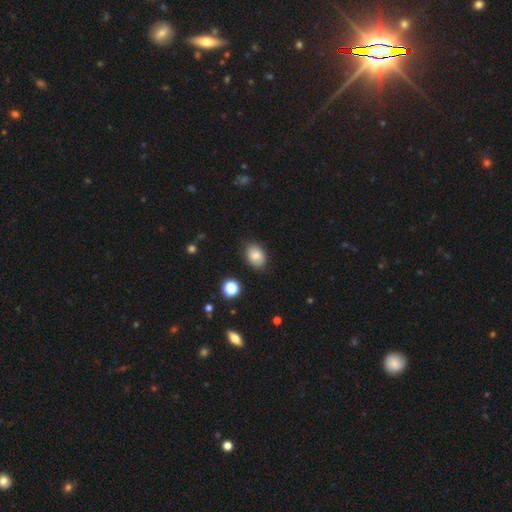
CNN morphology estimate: Smooth or featured? smooth (82%)
How rounded? in between (76%)
Merging? none (84%)